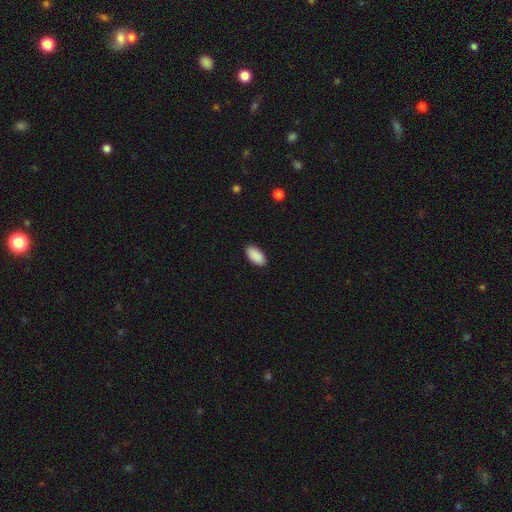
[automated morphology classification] The model was most divided on "merging": none: 90%, minor disturbance: 8%, major disturbance: 2%, merger: 1%. More confident: how rounded — in between (95%); smooth or featured — smooth (91%).